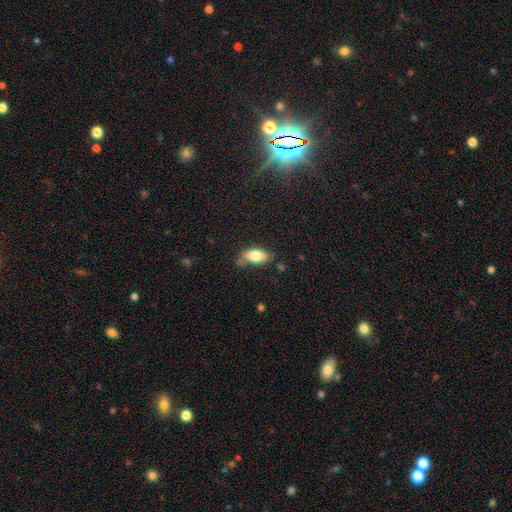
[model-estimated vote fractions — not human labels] Smooth or featured?
  - smooth: 79% *
  - featured or disk: 14%
  - star or artifact: 7%
How rounded?
  - in between: 90% *
  - cigar-shaped: 6%
  - round: 4%
Merging?
  - none: 60% *
  - minor disturbance: 26%
  - merger: 7%
  - major disturbance: 7%